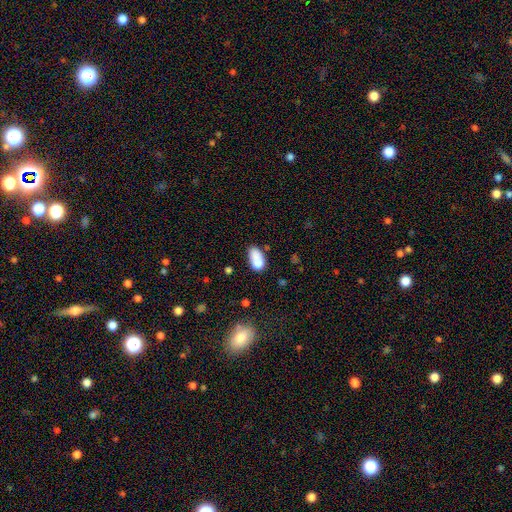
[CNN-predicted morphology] A smooth galaxy with no disk features (74%) that is in between round and cigar-shaped (84%).

Vote fractions:
- Smooth or featured? smooth: 74% / featured or disk: 16% / star or artifact: 10%
- How rounded? in between: 84% / round: 13% / cigar-shaped: 3%
- Merging? none: 36% / merger: 28% / minor disturbance: 24% / major disturbance: 12%